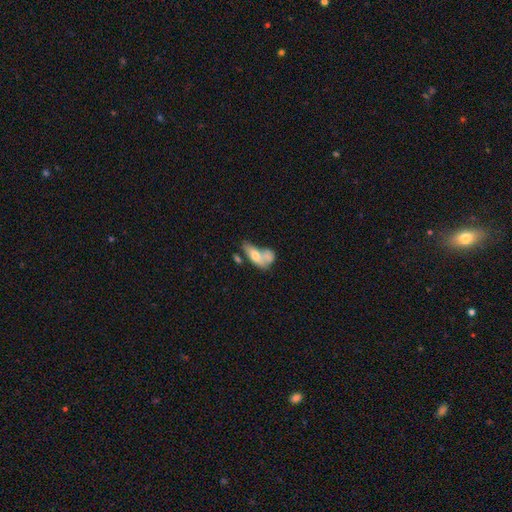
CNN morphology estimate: smooth-or-featured: smooth: 59% | featured or disk: 33% | star or artifact: 8%
  how-rounded: in between: 79% | cigar-shaped: 13% | round: 8%
  merging: merger: 51% | none: 19% | major disturbance: 17% | minor disturbance: 13%